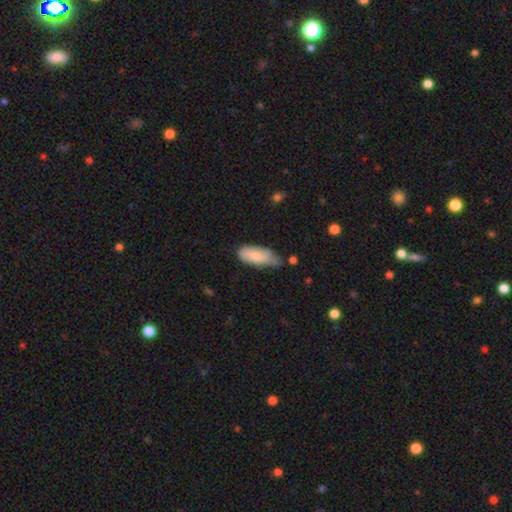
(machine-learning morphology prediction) This is likely a smooth galaxy (77%). How rounded: clearly in between (81%). Merging: possibly minor disturbance (45%).